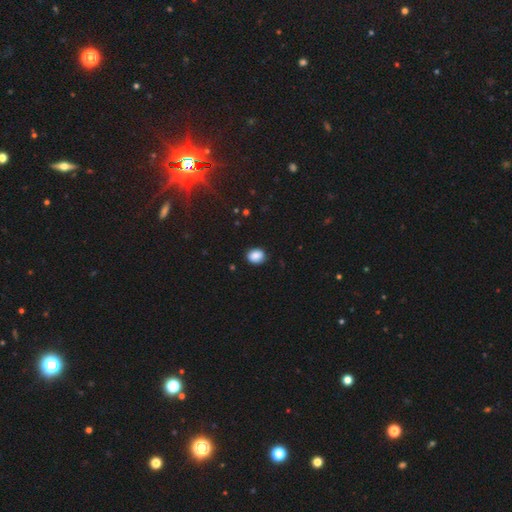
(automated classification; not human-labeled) Morphology: type=smooth (87%); roundness=round (51%); merging=none (83%).